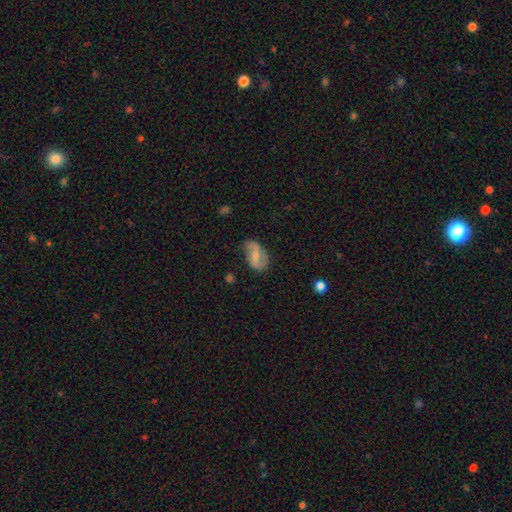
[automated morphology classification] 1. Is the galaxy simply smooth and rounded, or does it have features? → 54% featured or disk, 39% smooth, 7% star or artifact.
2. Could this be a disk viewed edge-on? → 95% no, 5% yes.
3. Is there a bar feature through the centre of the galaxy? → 42% weak, 33% strong, 25% no.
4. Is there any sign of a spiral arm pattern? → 72% yes, 28% no.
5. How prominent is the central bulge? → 55% small, 37% moderate, 6% none, 2% large, 1% dominant.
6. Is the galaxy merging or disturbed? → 63% none, 26% minor disturbance, 9% major disturbance, 2% merger.